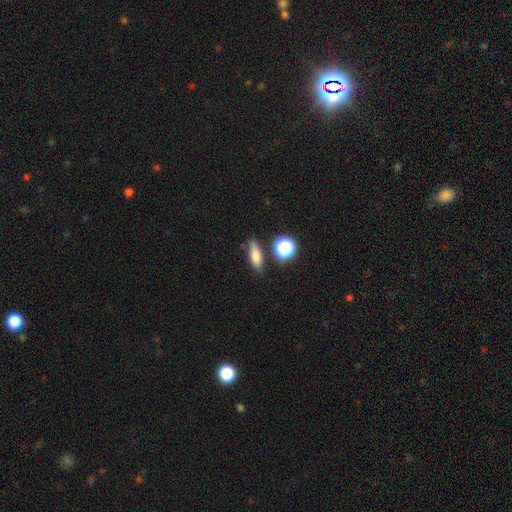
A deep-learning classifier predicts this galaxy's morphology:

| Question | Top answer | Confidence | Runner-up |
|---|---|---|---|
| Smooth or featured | smooth | 77% | star or artifact (12%) |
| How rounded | in between | 57% | cigar-shaped (31%) |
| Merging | none | 77% | minor disturbance (14%) |